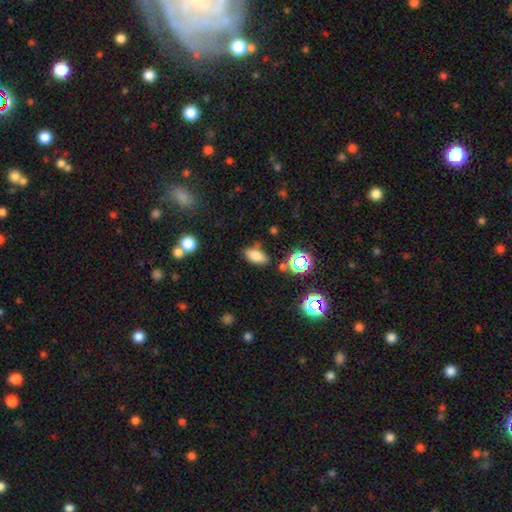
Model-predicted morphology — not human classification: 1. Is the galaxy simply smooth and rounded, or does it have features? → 78% smooth, 14% star or artifact, 8% featured or disk.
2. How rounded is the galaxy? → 88% in between, 6% cigar-shaped, 6% round.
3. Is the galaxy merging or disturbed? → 76% none, 14% minor disturbance, 6% merger, 4% major disturbance.